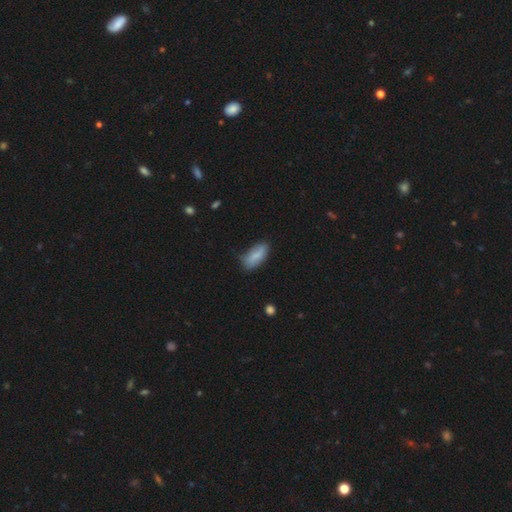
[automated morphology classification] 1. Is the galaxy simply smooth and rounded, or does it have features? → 82% smooth, 11% featured or disk, 7% star or artifact.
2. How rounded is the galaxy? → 83% in between, 15% cigar-shaped, 2% round.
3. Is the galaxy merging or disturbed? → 66% none, 26% minor disturbance, 5% major disturbance, 2% merger.